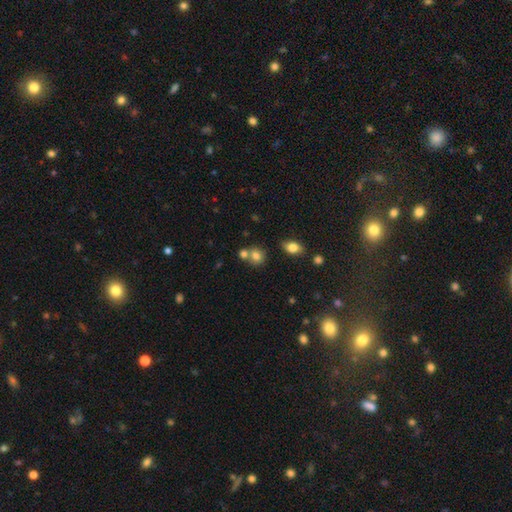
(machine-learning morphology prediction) The model was most divided on "merging": none: 54%, merger: 34%, minor disturbance: 9%, major disturbance: 3%. More confident: smooth or featured — smooth (79%); how rounded — round (75%).